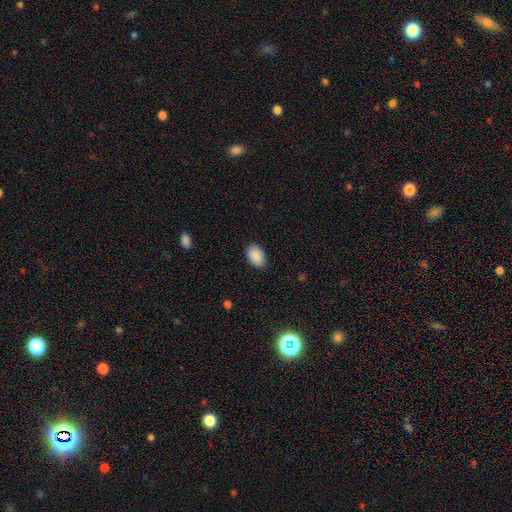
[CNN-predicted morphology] Overall: smooth (90%). How rounded: in between (90%). Merging: none (87%).